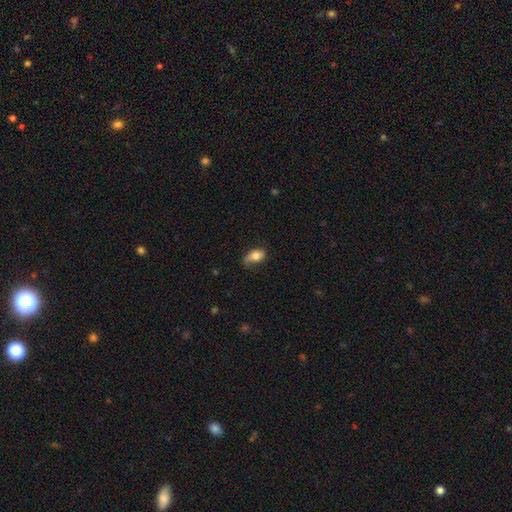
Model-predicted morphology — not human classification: Smooth or featured? Predicted: smooth (p=0.77). How rounded? Predicted: in between (p=0.87). Merging? Predicted: none (p=0.47).